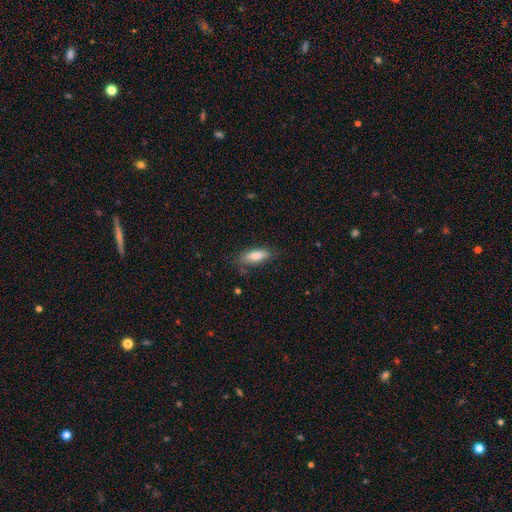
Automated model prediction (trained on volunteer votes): This is likely a smooth galaxy (79%). How rounded: likely in between (64%). Merging: clearly none (80%).